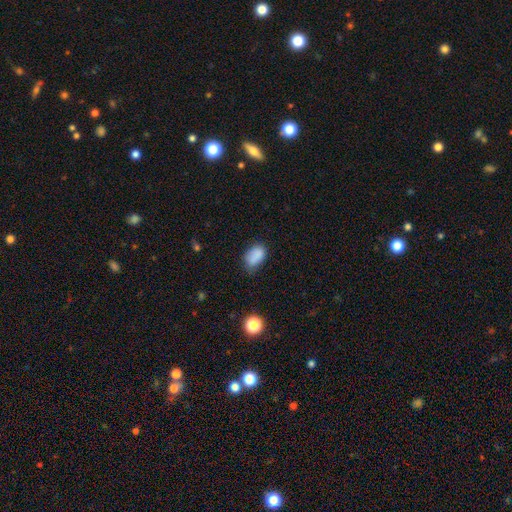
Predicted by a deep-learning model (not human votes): Smooth or featured? smooth (84%)
How rounded? in between (89%)
Merging? none (55%)